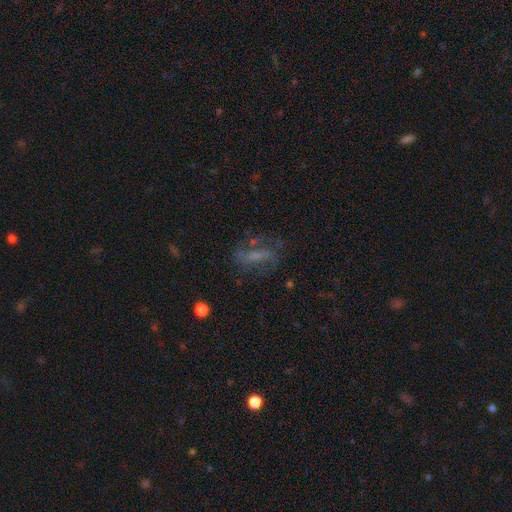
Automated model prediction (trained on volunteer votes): Q: Smooth or featured?
A: featured or disk (51%); runner-up: smooth (31%)
Q: Edge-on disk?
A: no (86%); runner-up: yes (14%)
Q: Merging?
A: none (59%); runner-up: major disturbance (20%)